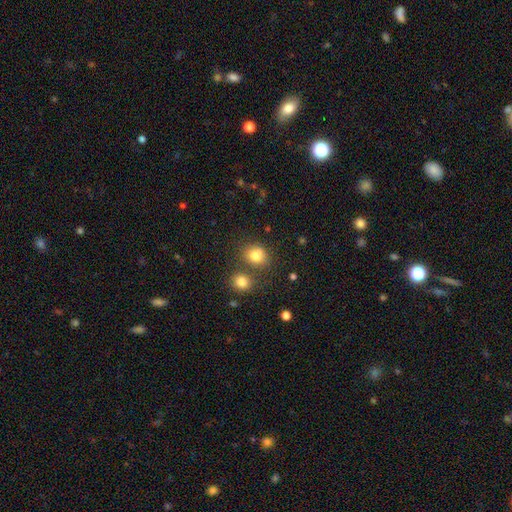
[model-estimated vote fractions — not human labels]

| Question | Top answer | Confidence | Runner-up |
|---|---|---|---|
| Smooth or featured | smooth | 80% | star or artifact (13%) |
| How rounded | round | 70% | in between (29%) |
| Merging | none | 65% | merger (19%) |